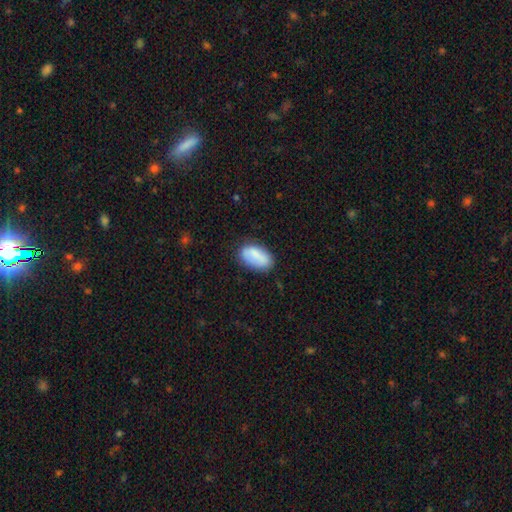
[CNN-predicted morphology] smooth_or_featured: smooth (p=0.79) [alt: featured or disk p=0.14]
how_rounded: in between (p=0.93) [alt: round p=0.04]
merging: none (p=0.71) [alt: minor disturbance p=0.20]